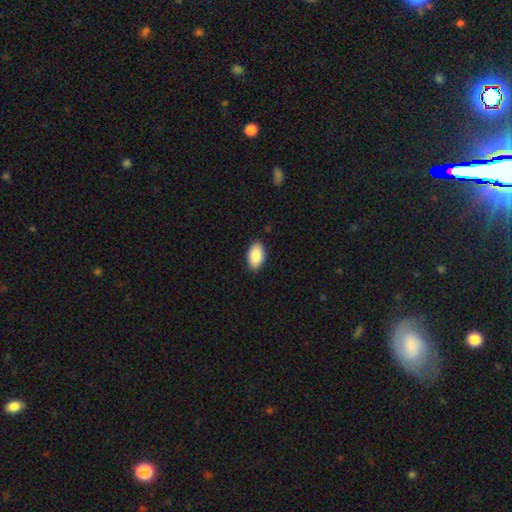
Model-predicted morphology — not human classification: smooth 90%, star or artifact 6%, featured or disk 4%. Down the decision tree: how rounded — in between (94%); merging — none (88%).